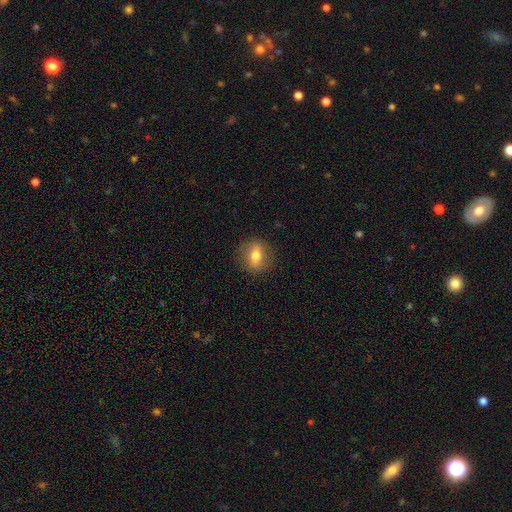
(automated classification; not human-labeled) Smooth or featured? smooth (69%)
How rounded? round (49%)
Merging? none (87%)